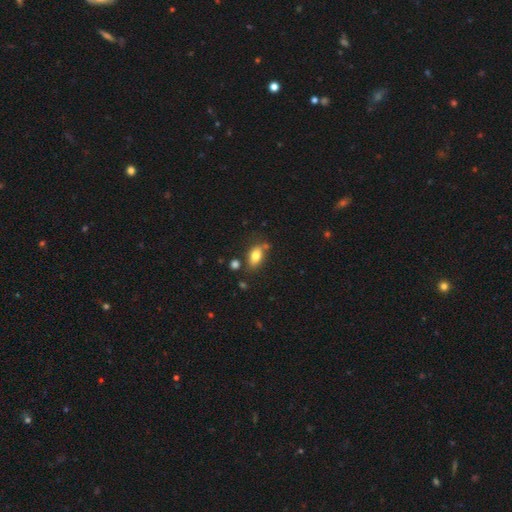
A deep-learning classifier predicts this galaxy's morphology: smooth_or_featured: smooth (p=0.78) [alt: featured or disk p=0.13]
how_rounded: in between (p=0.85) [alt: round p=0.09]
merging: none (p=0.71) [alt: minor disturbance p=0.16]